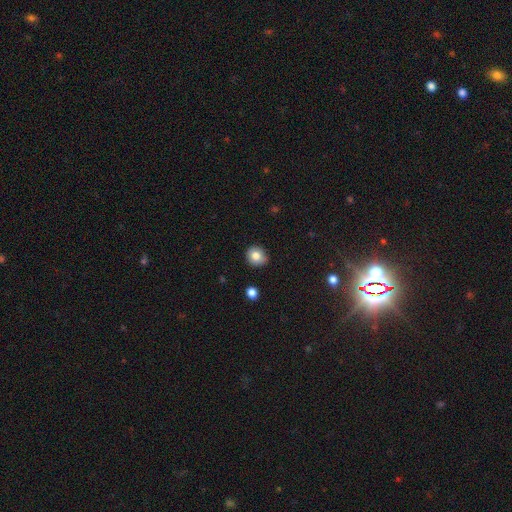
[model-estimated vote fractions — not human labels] smooth 81%, star or artifact 9%, featured or disk 9%. Down the decision tree: how rounded — round (80%); merging — none (85%).